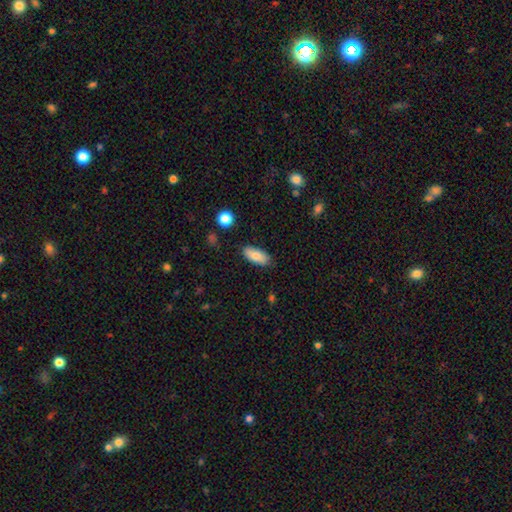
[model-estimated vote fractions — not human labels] Q: Smooth or featured?
A: smooth (82%); runner-up: featured or disk (11%)
Q: How rounded?
A: in between (86%); runner-up: cigar-shaped (12%)
Q: Merging?
A: none (83%); runner-up: minor disturbance (13%)